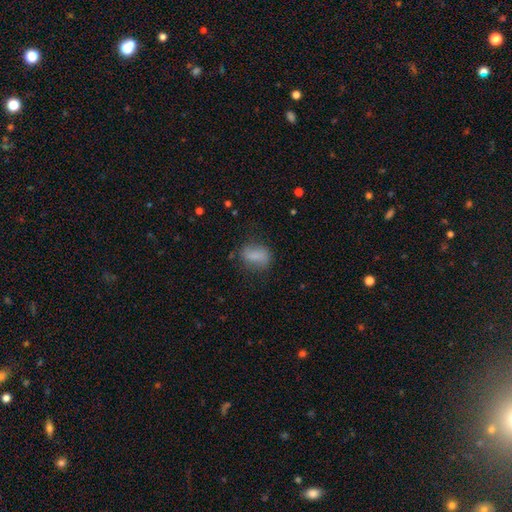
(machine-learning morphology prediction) This appears to be a smooth galaxy with no disk features (74%) that is in between round and cigar-shaped (77%). Merging: none (67%).